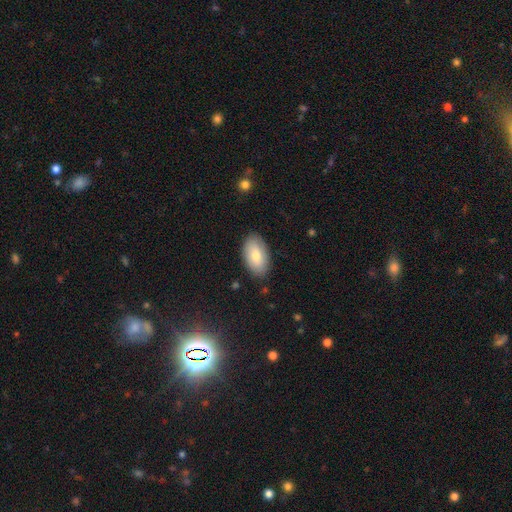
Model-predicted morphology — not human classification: This appears to be a smooth galaxy with no disk features (76%) that is in between round and cigar-shaped (95%). Merging: none (86%).